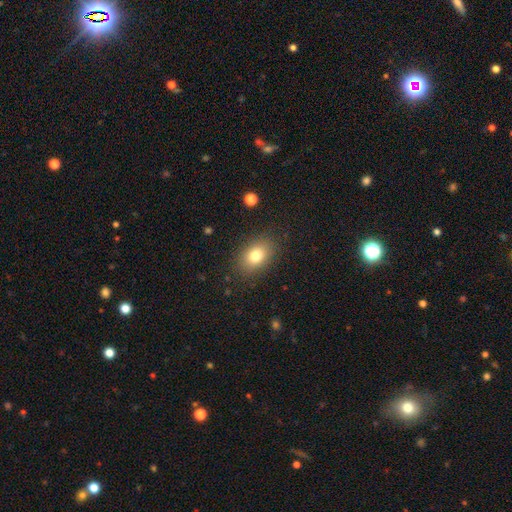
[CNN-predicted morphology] type=smooth (79%); roundness=in between (80%); merging=none (85%).